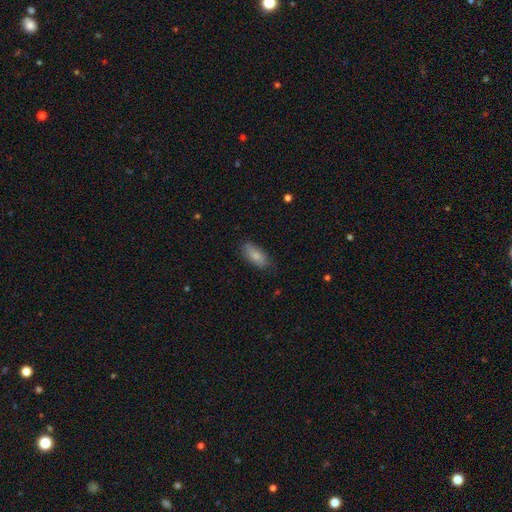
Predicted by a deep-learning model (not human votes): Q: Smooth or featured?
A: smooth (82%); runner-up: featured or disk (12%)
Q: How rounded?
A: in between (84%); runner-up: cigar-shaped (13%)
Q: Merging?
A: none (80%); runner-up: minor disturbance (15%)